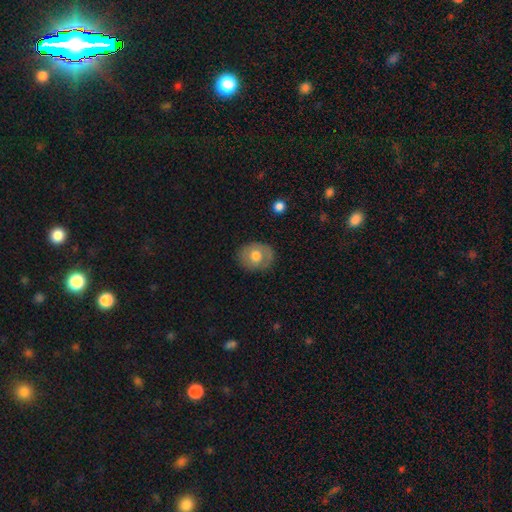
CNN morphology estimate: A smooth galaxy with no disk features (61%) that is round (60%).

Vote fractions:
- Smooth or featured? smooth: 61% / featured or disk: 32% / star or artifact: 7%
- How rounded? round: 60% / in between: 39% / cigar-shaped: 1%
- Merging? none: 80% / minor disturbance: 15% / major disturbance: 4% / merger: 1%